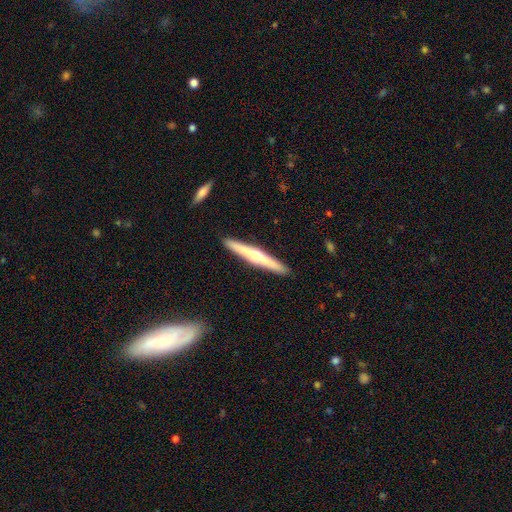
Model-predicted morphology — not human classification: Smooth or featured? featured or disk (57%)
Edge-on disk? yes (97%)
Edge-on bulge? rounded (74%)
Merging? none (92%)